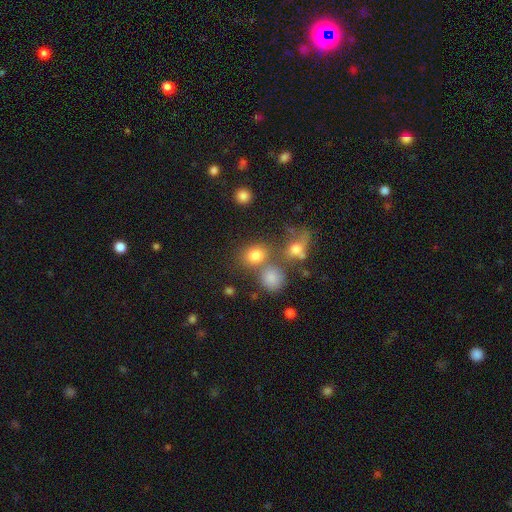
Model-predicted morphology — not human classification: This appears to be a smooth galaxy with no disk features (77%) that is round (63%). Merging: none (49%).